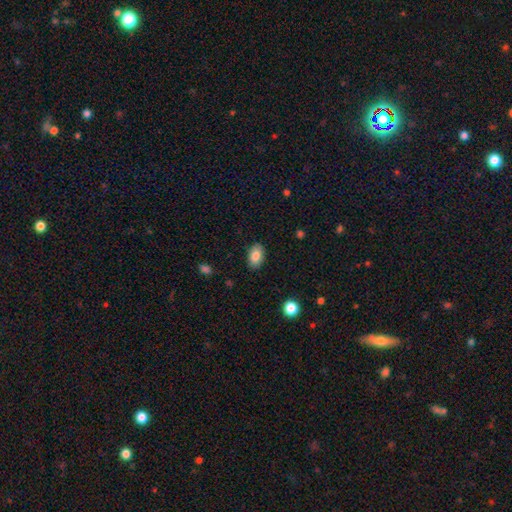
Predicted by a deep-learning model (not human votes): Morphology: type=smooth (83%); roundness=in between (89%); merging=none (87%).